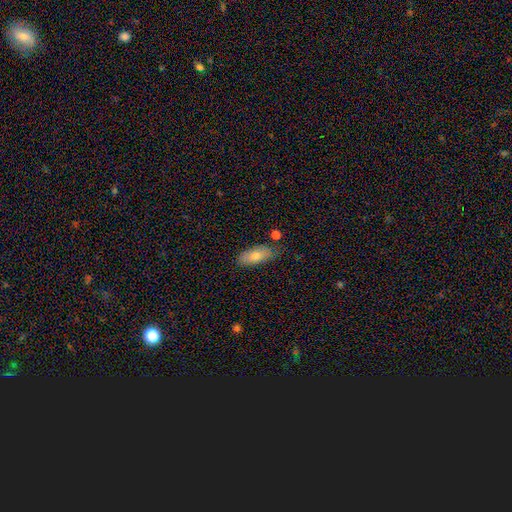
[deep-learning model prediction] This is likely a smooth galaxy (73%). How rounded: likely in between (78%). Merging: likely none (75%).